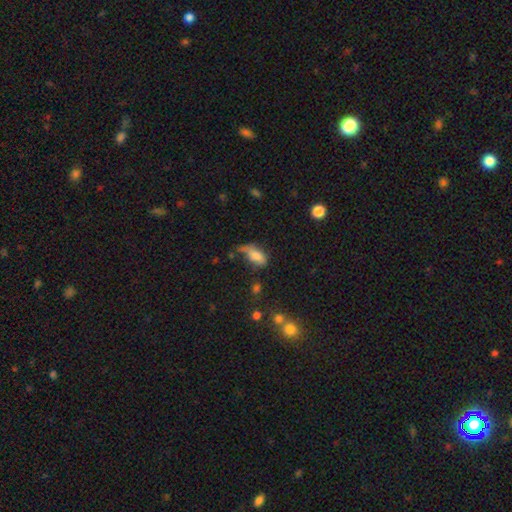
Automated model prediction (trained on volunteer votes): A smooth galaxy with no disk features (76%) that is in between round and cigar-shaped (88%).

Vote fractions:
- Smooth or featured? smooth: 76% / featured or disk: 15% / star or artifact: 9%
- How rounded? in between: 88% / cigar-shaped: 7% / round: 5%
- Merging? minor disturbance: 33% / none: 30% / major disturbance: 28% / merger: 9%